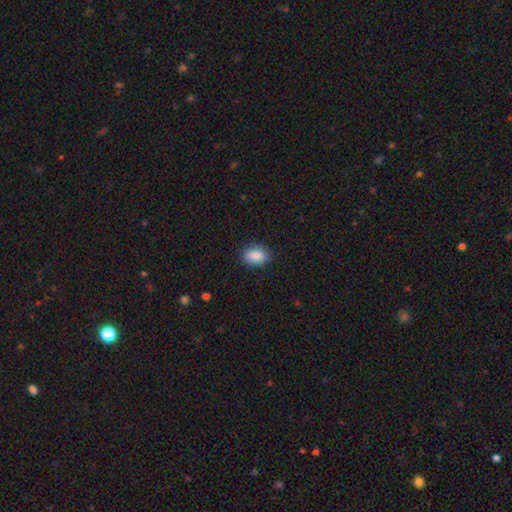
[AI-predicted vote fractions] Smooth or featured? Predicted: smooth (p=0.87). How rounded? Predicted: in between (p=0.77). Merging? Predicted: none (p=0.86).